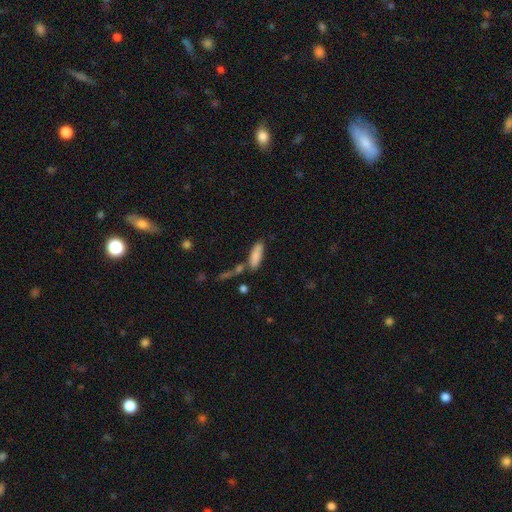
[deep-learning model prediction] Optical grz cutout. It shows a smooth galaxy with no disk features (83%) that is in between round and cigar-shaped (61%). Merging: none (63%).